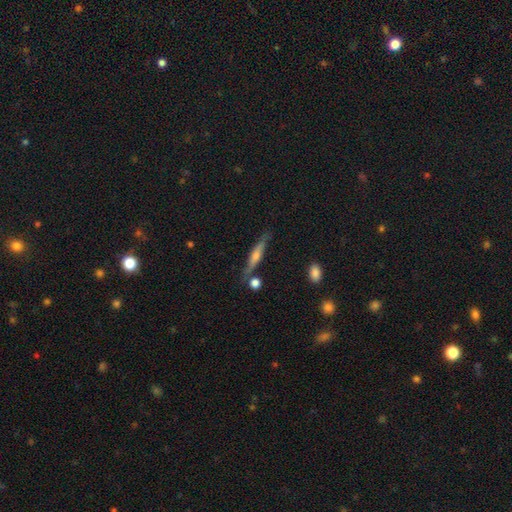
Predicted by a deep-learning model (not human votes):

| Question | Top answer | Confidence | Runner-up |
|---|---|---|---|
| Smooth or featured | featured or disk | 64% | smooth (28%) |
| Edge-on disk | yes | 94% | no (6%) |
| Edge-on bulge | rounded | 79% | none (12%) |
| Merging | none | 78% | minor disturbance (13%) |